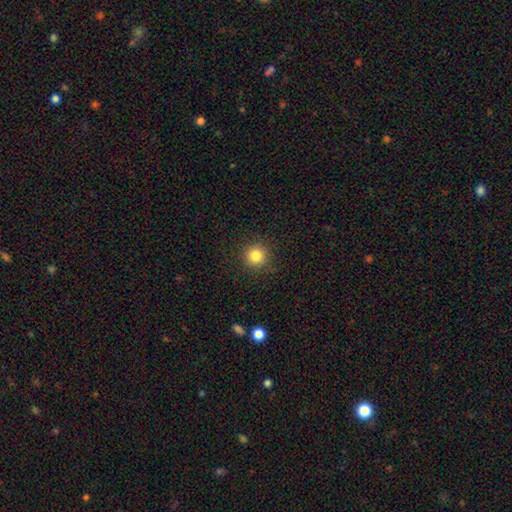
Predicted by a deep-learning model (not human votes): A smooth galaxy with no disk features (83%) that is round (94%).

Vote fractions:
- Smooth or featured? smooth: 83% / star or artifact: 11% / featured or disk: 5%
- How rounded? round: 94% / in between: 5% / cigar-shaped: 1%
- Merging? none: 90% / minor disturbance: 6% / major disturbance: 2% / merger: 1%